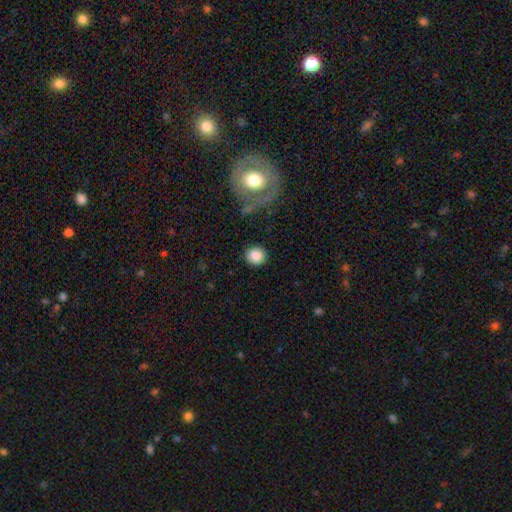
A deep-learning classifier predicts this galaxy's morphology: Smooth or featured? Predicted: smooth (p=0.87). How rounded? Predicted: round (p=0.88). Merging? Predicted: none (p=0.87).